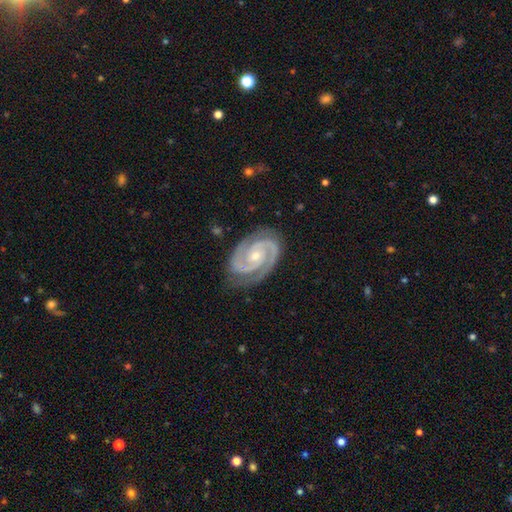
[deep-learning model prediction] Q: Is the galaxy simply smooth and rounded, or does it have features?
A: featured or disk — 94%.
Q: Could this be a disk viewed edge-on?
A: no — 98%.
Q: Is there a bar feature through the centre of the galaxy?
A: no — 61%.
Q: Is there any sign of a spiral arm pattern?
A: yes — 99%.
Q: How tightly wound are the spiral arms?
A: tight — 63%.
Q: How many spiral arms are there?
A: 2 — 93%.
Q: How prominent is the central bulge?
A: small — 56%.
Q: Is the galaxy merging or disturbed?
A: none — 83%.